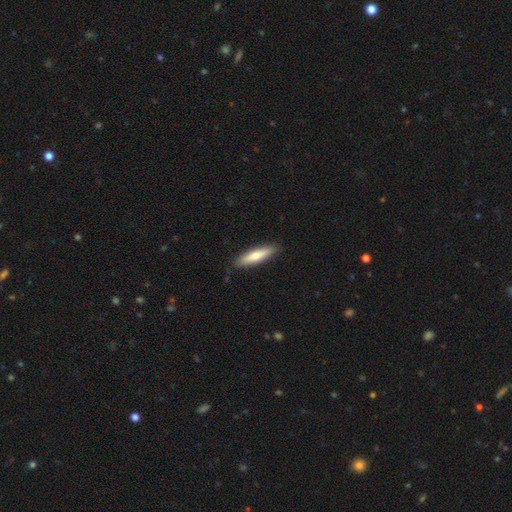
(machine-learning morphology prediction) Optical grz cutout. It shows a smooth galaxy with no disk features (69%) that is cigar-shaped (76%). Merging: none (89%).